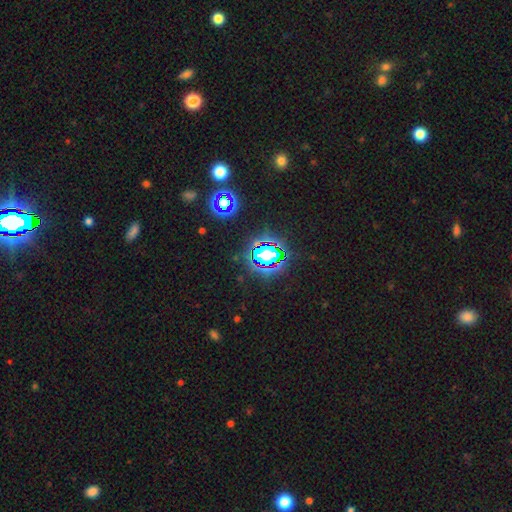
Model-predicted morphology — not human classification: Smooth or featured? star or artifact (79%)